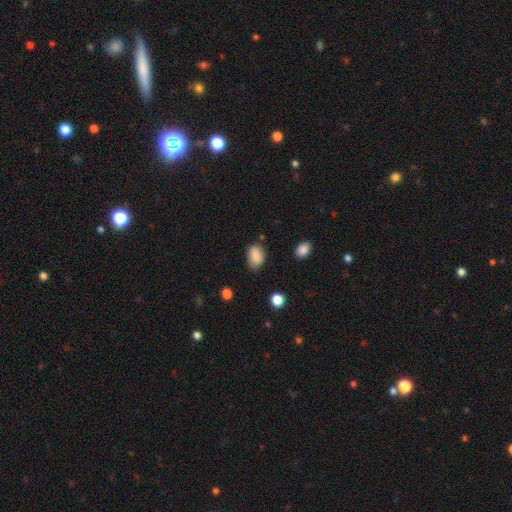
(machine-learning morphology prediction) A smooth galaxy with no disk features (87%) that is in between round and cigar-shaped (85%). Merging: none (72%).